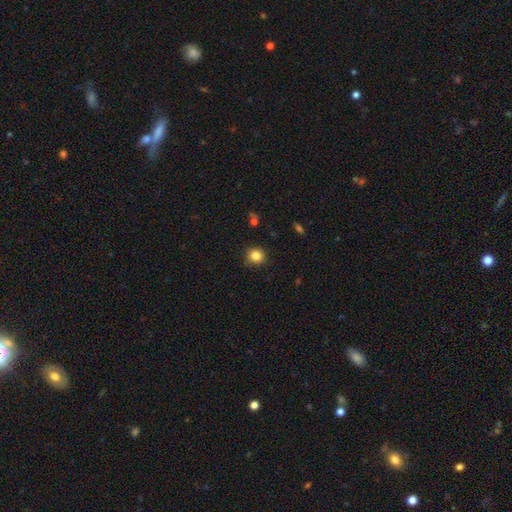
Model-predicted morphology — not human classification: smooth_or_featured: smooth (p=0.84) [alt: star or artifact p=0.11]
how_rounded: round (p=0.88) [alt: in between p=0.11]
merging: none (p=0.84) [alt: minor disturbance p=0.12]